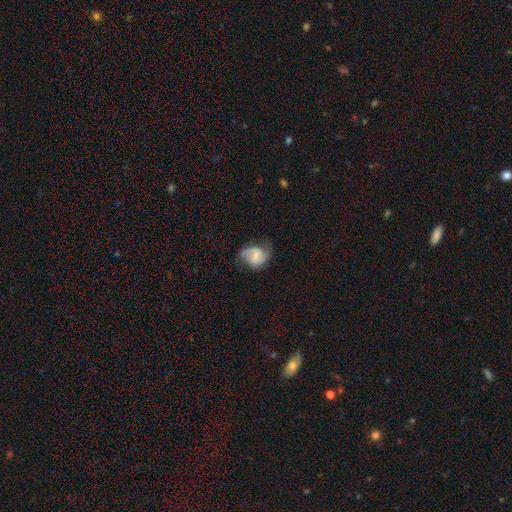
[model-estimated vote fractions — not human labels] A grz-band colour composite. It shows a featured or disk galaxy (60%) with a weak bar (49%), 2 (79%) medium (44%) spiral arms (89%) and a small central bulge (40%). Merging: none (57%).